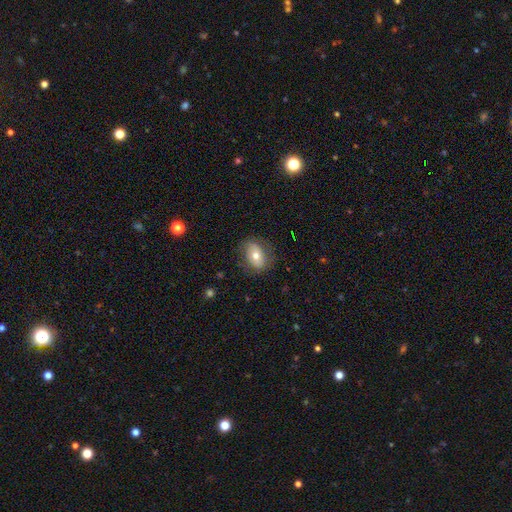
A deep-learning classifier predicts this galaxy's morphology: The model was most divided on "smooth or featured": smooth: 64%, featured or disk: 28%, star or artifact: 8%. More confident: how rounded — in between (78%); merging — none (76%).